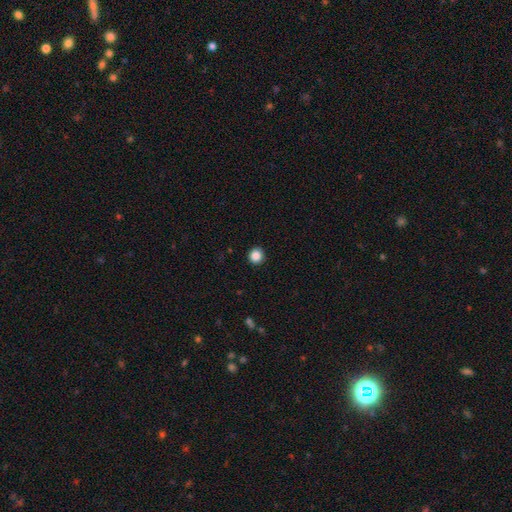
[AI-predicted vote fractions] Smooth or featured? smooth (86%)
How rounded? round (93%)
Merging? none (93%)